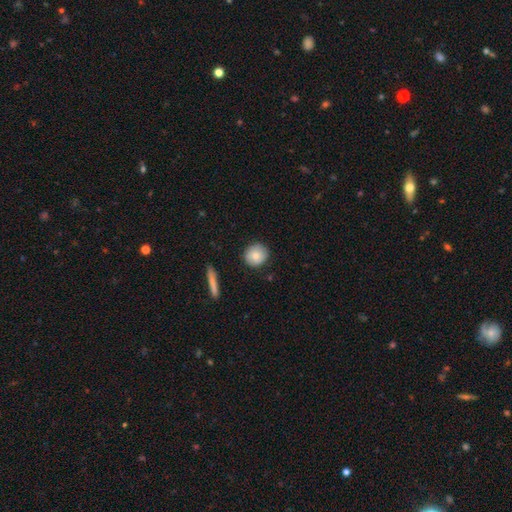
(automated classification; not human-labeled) Smooth or featured? Predicted: smooth (p=0.78). How rounded? Predicted: round (p=0.87). Merging? Predicted: none (p=0.86).